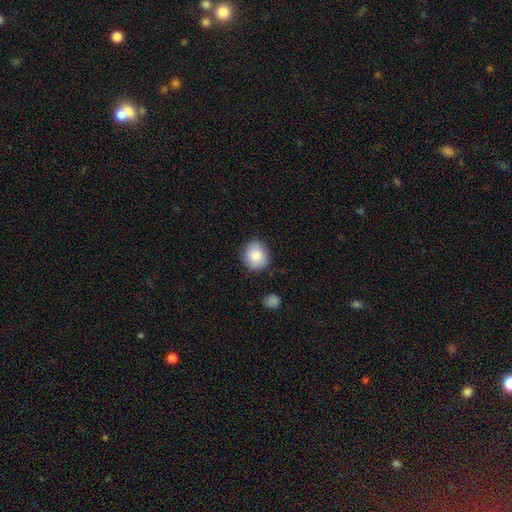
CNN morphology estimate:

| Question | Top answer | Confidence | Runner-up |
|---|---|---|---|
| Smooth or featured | smooth | 84% | featured or disk (8%) |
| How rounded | round | 78% | in between (21%) |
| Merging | none | 84% | minor disturbance (12%) |